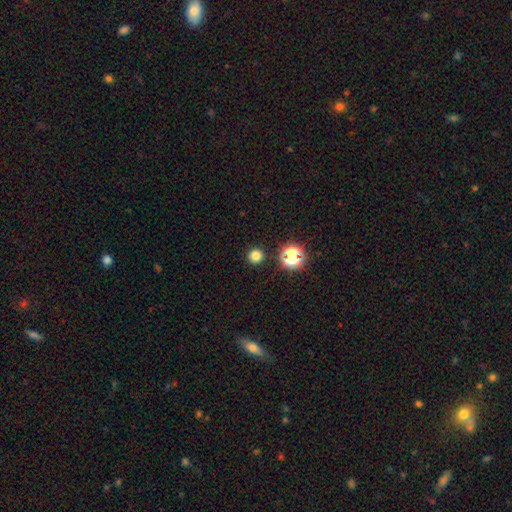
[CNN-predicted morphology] Q: Smooth or featured?
A: smooth (78%); runner-up: star or artifact (18%)
Q: How rounded?
A: round (95%); runner-up: in between (4%)
Q: Merging?
A: none (92%); runner-up: minor disturbance (5%)